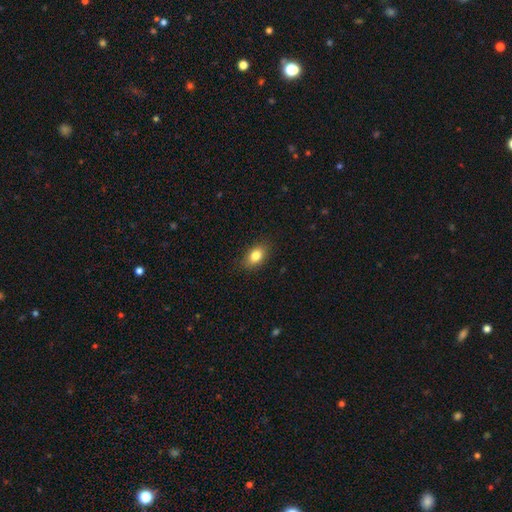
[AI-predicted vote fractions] Smooth or featured: smooth — 82% (star or artifact — 9%)
How rounded: in between — 83% (round — 15%)
Merging: none — 85% (minor disturbance — 12%)